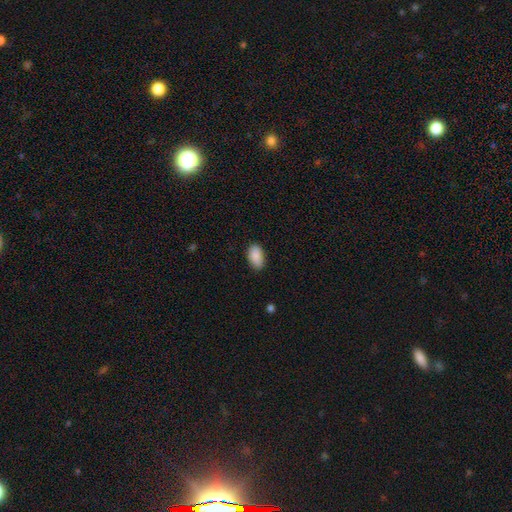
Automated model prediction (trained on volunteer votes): A smooth galaxy with no disk features (89%) that is in between round and cigar-shaped (93%).

Vote fractions:
- Smooth or featured? smooth: 89% / star or artifact: 7% / featured or disk: 4%
- How rounded? in between: 93% / round: 5% / cigar-shaped: 2%
- Merging? none: 85% / minor disturbance: 11% / major disturbance: 2% / merger: 1%